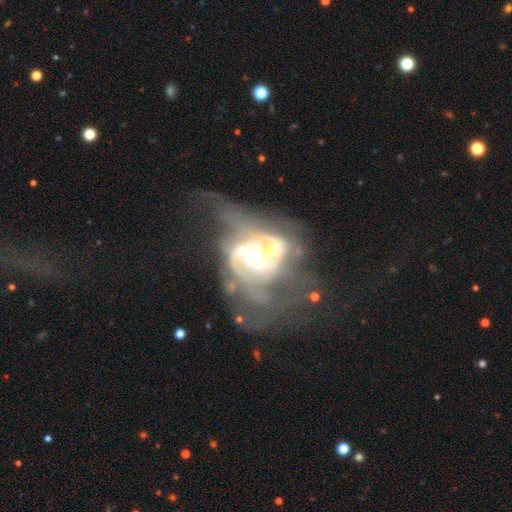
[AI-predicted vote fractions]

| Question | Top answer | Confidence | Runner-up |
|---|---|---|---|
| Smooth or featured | featured or disk | 82% | smooth (10%) |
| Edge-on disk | no | 97% | yes (3%) |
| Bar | no | 62% | weak (28%) |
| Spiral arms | yes | 84% | no (16%) |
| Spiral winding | medium | 39% | tight (32%) |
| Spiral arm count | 2 | 43% | can't tell (30%) |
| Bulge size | moderate | 54% | small (35%) |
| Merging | merger | 43% | major disturbance (30%) |